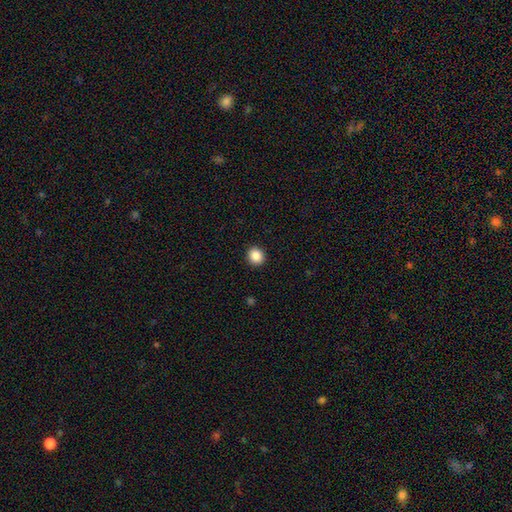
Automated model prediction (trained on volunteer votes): This appears to be a smooth galaxy with no disk features (87%) that is round (87%). Merging: none (92%).